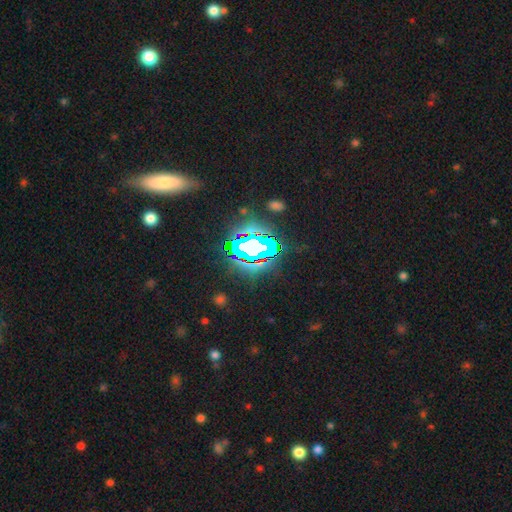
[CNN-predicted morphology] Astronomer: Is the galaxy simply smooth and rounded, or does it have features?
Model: star or artifact — 74%.